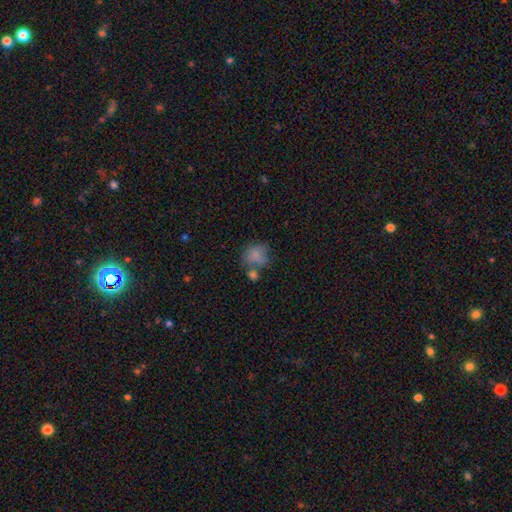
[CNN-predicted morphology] Q: Smooth or featured?
A: smooth (76%); runner-up: featured or disk (13%)
Q: How rounded?
A: round (66%); runner-up: in between (33%)
Q: Merging?
A: none (40%); runner-up: merger (28%)